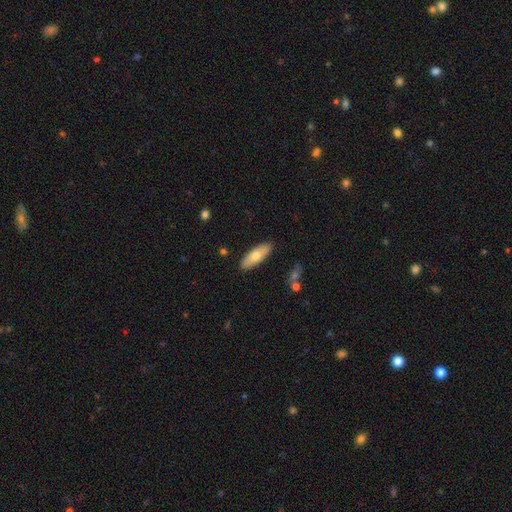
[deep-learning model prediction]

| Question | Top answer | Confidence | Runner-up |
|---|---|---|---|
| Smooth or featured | smooth | 66% | featured or disk (28%) |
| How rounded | in between | 63% | cigar-shaped (34%) |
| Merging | none | 88% | minor disturbance (9%) |